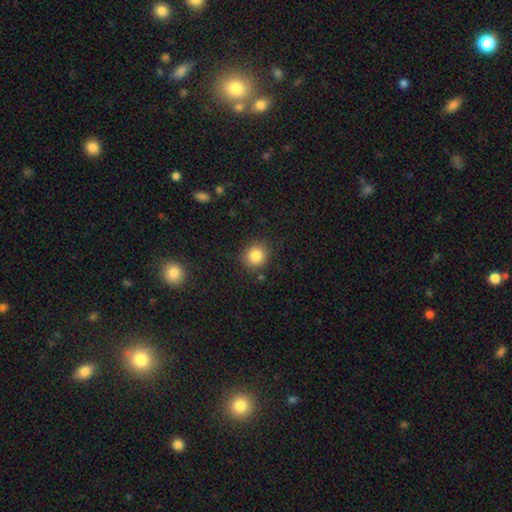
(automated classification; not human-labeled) smooth 84%, star or artifact 11%, featured or disk 5%. Down the decision tree: how rounded — round (88%); merging — none (86%).